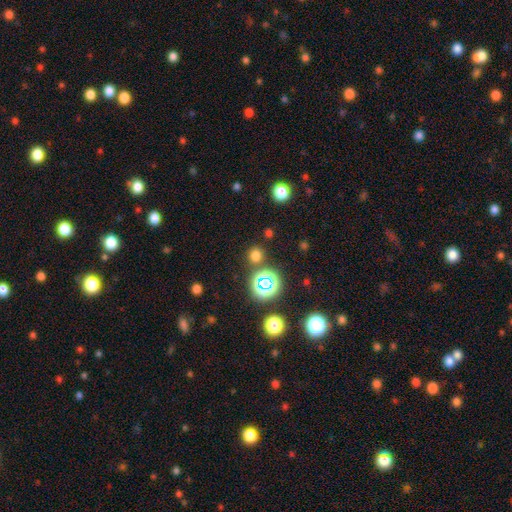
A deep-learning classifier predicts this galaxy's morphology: This appears to be a smooth galaxy with no disk features (67%) that is round (89%). Merging: none (84%).